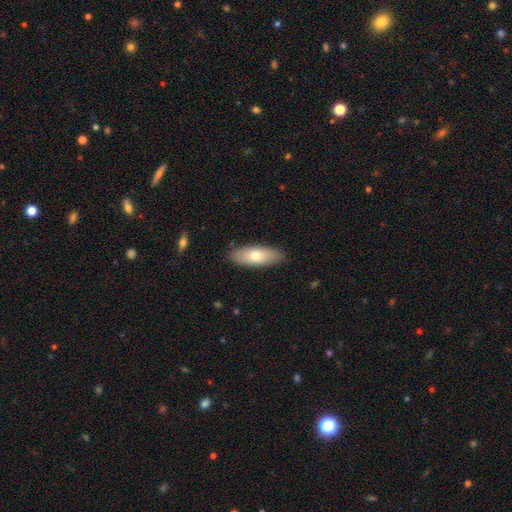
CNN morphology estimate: Smooth or featured? Predicted: smooth (p=0.70). How rounded? Predicted: in between (p=0.75). Merging? Predicted: none (p=0.87).